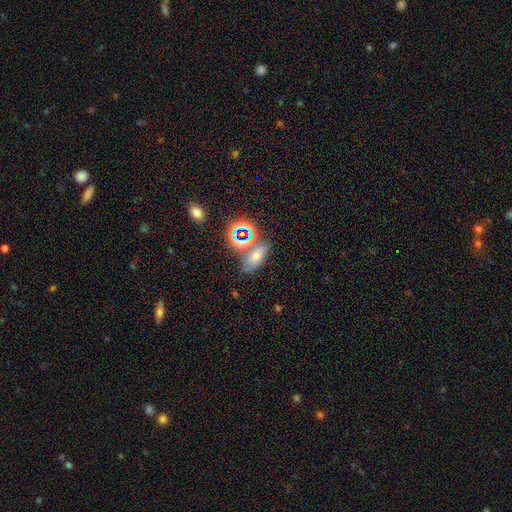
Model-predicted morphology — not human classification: smooth-or-featured: smooth: 53% | star or artifact: 31% | featured or disk: 16%
  how-rounded: in between: 77% | round: 13% | cigar-shaped: 10%
  merging: none: 55% | merger: 25% | minor disturbance: 14% | major disturbance: 7%